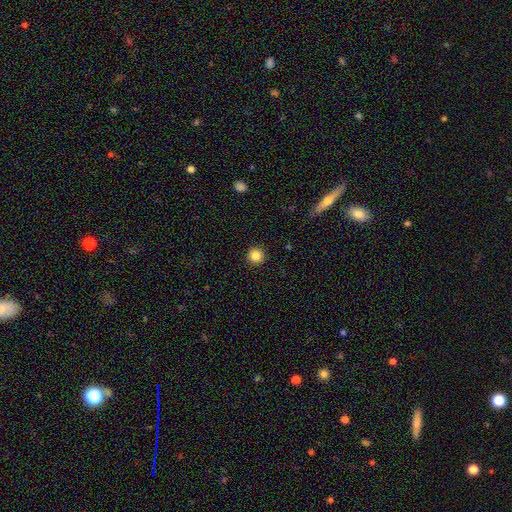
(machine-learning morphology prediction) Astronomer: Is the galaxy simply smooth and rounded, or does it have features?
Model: smooth — 85%.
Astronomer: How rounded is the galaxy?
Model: round — 95%.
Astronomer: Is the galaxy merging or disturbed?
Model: none — 93%.